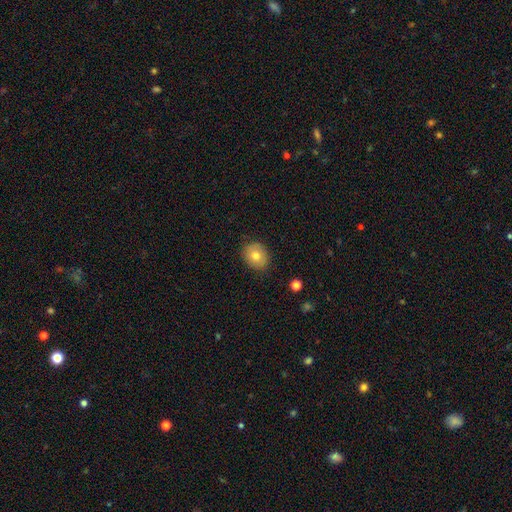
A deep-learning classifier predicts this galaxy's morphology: smooth 74%, featured or disk 17%, star or artifact 9%. Down the decision tree: how rounded — round (60%); merging — none (84%).